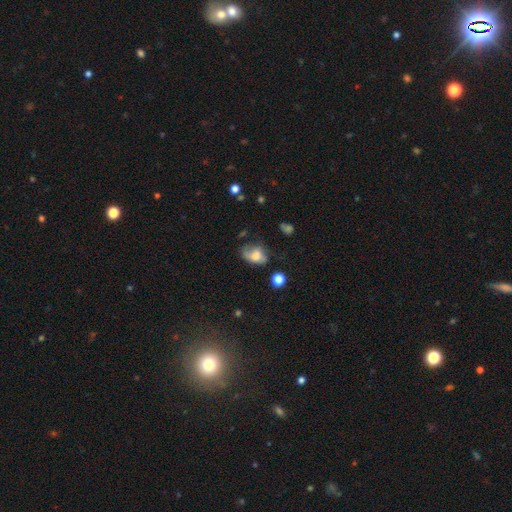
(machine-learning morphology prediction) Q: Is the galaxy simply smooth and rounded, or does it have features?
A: smooth — 62%.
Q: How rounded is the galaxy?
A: in between — 77%.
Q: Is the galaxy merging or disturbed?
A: none — 40%.